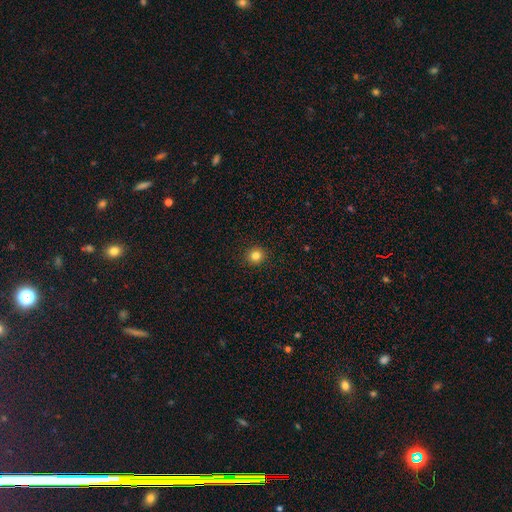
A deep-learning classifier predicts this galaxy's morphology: A smooth galaxy with no disk features (83%) that is round (92%). Merging: none (93%).